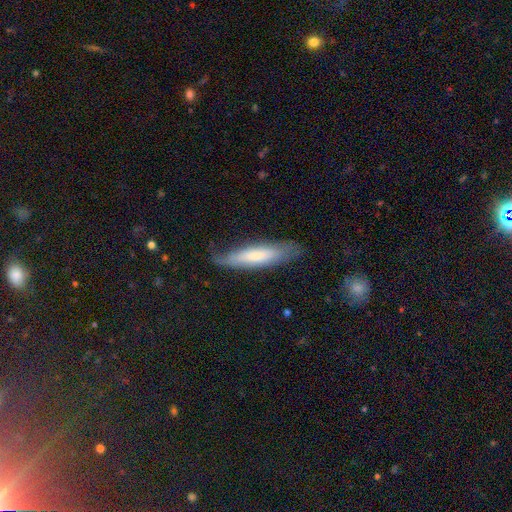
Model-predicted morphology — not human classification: Smooth or featured?
  - smooth: 62% *
  - featured or disk: 32%
  - star or artifact: 6%
How rounded?
  - cigar-shaped: 73% *
  - in between: 25%
  - round: 1%
Merging?
  - none: 67% *
  - minor disturbance: 23%
  - major disturbance: 8%
  - merger: 2%